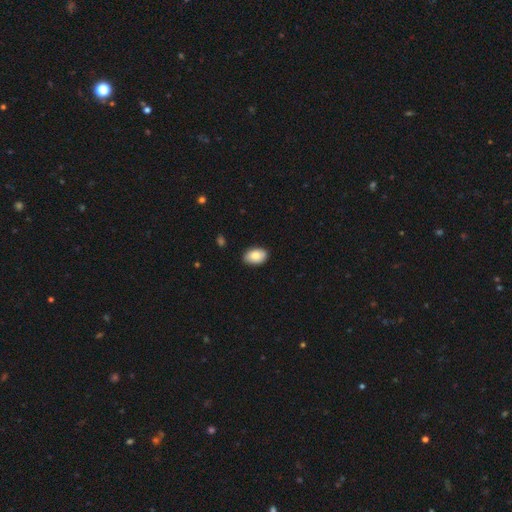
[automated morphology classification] Smooth or featured? Predicted: smooth (p=0.85). How rounded? Predicted: in between (p=0.90). Merging? Predicted: none (p=0.86).